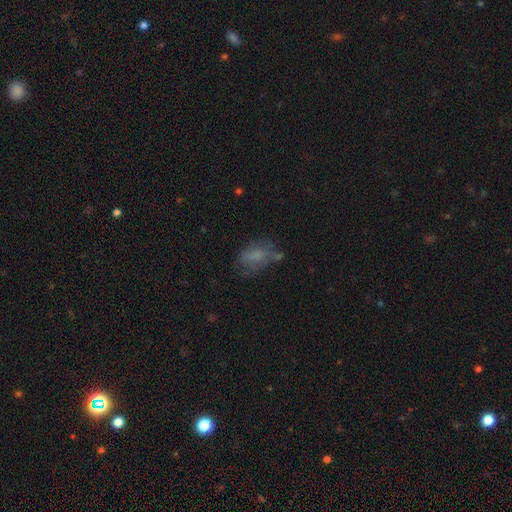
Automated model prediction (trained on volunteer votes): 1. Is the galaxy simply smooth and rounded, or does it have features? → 61% smooth, 27% featured or disk, 12% star or artifact.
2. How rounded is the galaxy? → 86% in between, 11% round, 4% cigar-shaped.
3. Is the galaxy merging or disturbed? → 44% none, 27% minor disturbance, 21% major disturbance, 8% merger.